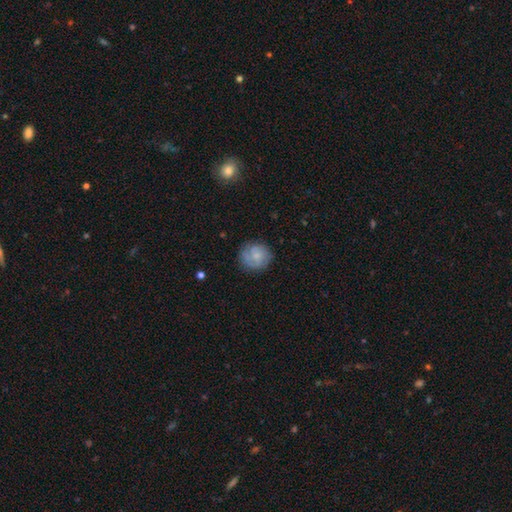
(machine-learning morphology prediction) Smooth or featured? featured or disk (48%)
Merging? none (78%)